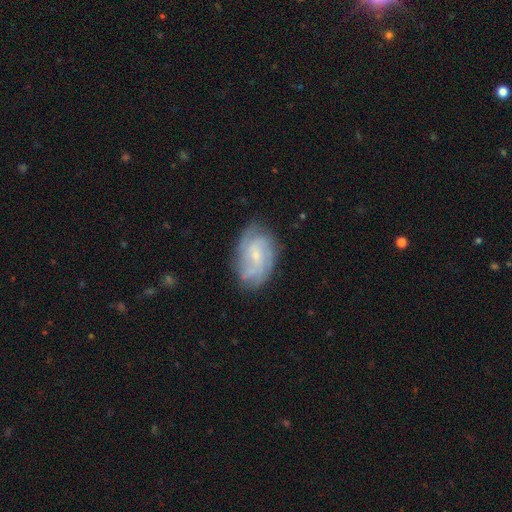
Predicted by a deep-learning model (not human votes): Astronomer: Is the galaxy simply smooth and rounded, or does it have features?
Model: featured or disk — 74%.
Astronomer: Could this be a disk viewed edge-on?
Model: no — 96%.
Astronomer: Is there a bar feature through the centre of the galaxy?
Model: no — 51% (runner-up: weak, 42%).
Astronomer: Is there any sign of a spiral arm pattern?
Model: yes — 92%.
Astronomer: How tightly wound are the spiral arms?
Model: tight — 44% (runner-up: medium, 39%).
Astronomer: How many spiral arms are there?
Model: can't tell — 36% (runner-up: 2, 20%).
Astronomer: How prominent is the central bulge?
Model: small — 76%.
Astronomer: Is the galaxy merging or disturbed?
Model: none — 76%.